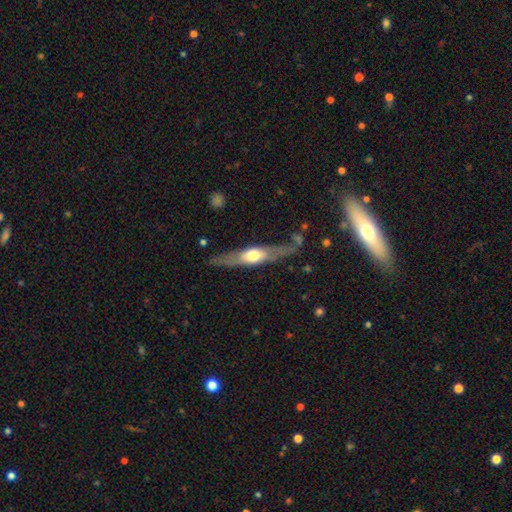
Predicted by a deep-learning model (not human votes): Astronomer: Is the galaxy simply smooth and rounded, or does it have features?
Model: featured or disk — 69%.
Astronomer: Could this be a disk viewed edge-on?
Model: yes — 85%.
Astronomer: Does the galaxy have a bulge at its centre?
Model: rounded — 87%.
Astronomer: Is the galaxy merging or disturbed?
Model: none — 74%.